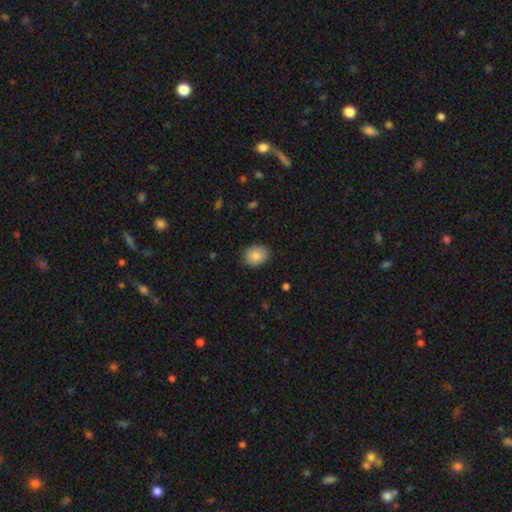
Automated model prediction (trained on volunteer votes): Smooth or featured: smooth — 85% (star or artifact — 7%)
How rounded: in between — 59% (round — 40%)
Merging: none — 84% (minor disturbance — 12%)